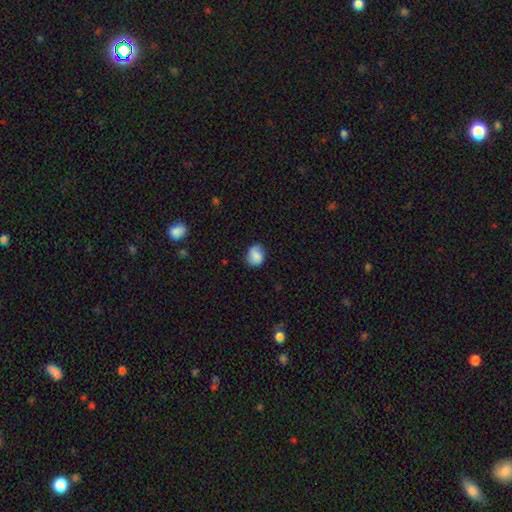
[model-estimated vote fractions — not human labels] smooth-or-featured: smooth: 82% | featured or disk: 10% | star or artifact: 8%
  how-rounded: round: 55% | in between: 44% | cigar-shaped: 1%
  merging: none: 76% | minor disturbance: 19% | major disturbance: 4% | merger: 1%